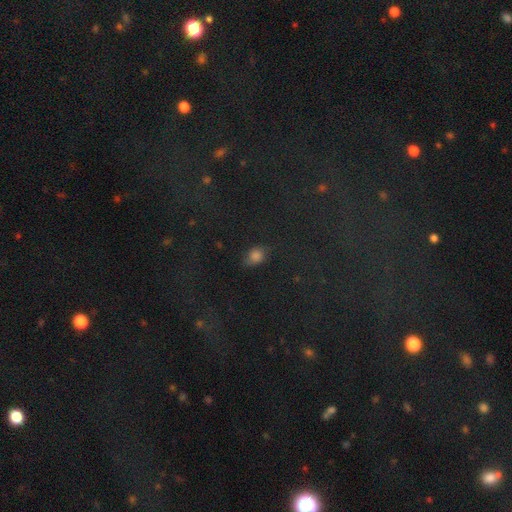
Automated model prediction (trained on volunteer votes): Morphology: type=smooth (65%); roundness=in between (66%); merging=none (73%).